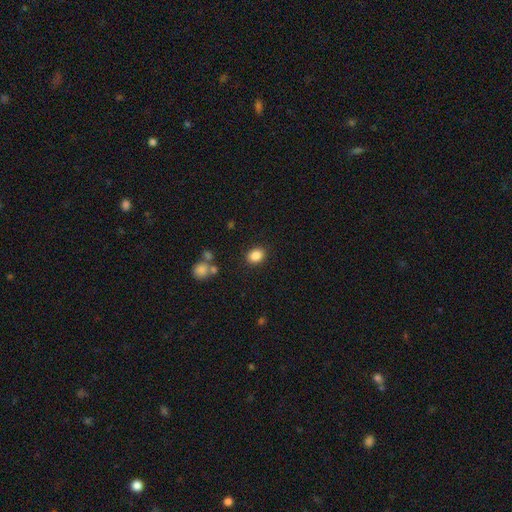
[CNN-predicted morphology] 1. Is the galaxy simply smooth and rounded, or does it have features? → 86% smooth, 9% star or artifact, 4% featured or disk.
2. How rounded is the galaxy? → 61% in between, 38% round, 1% cigar-shaped.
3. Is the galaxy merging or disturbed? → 85% none, 9% minor disturbance, 3% major disturbance, 3% merger.